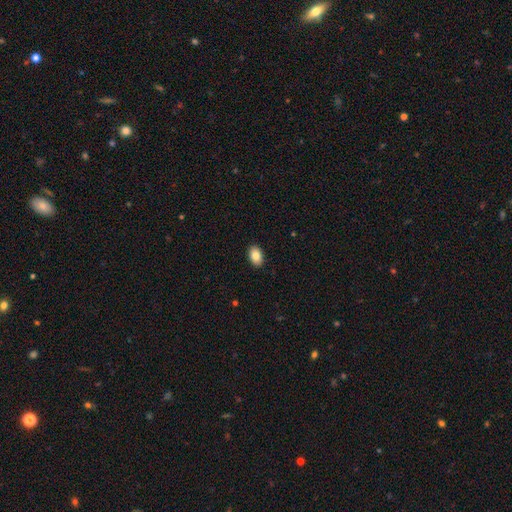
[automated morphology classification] Smooth or featured?
  - smooth: 84% *
  - featured or disk: 8%
  - star or artifact: 7%
How rounded?
  - in between: 90% *
  - round: 9%
  - cigar-shaped: 1%
Merging?
  - none: 90% *
  - minor disturbance: 7%
  - major disturbance: 2%
  - merger: 1%